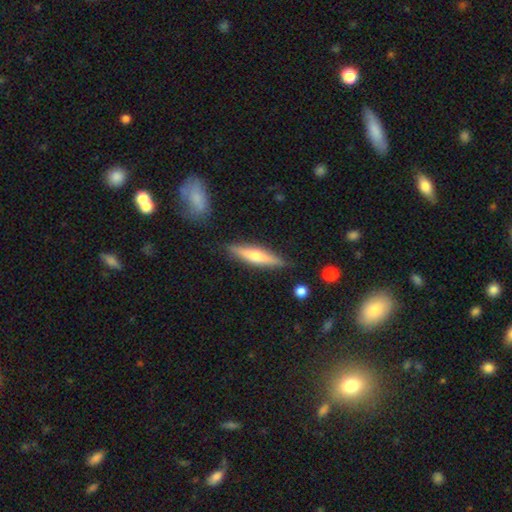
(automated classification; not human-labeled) A featured or disk galaxy (50%). Merging: none (86%).